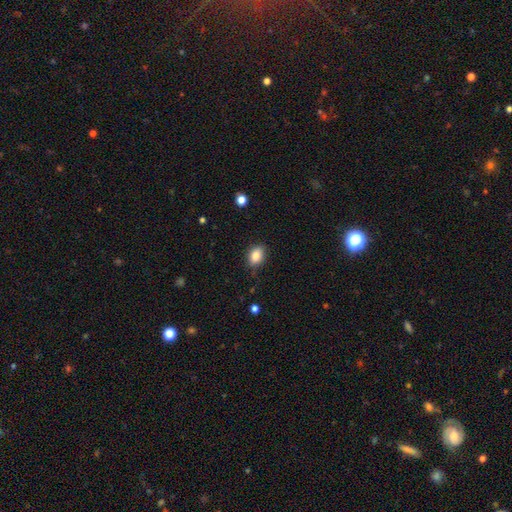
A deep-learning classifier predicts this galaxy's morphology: This is clearly a smooth galaxy (84%). How rounded: likely in between (72%). Merging: clearly none (81%).